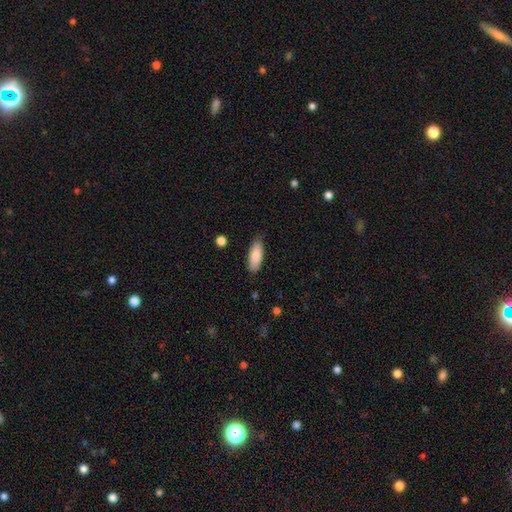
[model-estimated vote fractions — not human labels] Smooth or featured?
  - smooth: 86% *
  - featured or disk: 8%
  - star or artifact: 6%
How rounded?
  - in between: 71% *
  - cigar-shaped: 27%
  - round: 2%
Merging?
  - none: 82% *
  - minor disturbance: 15%
  - major disturbance: 2%
  - merger: 1%